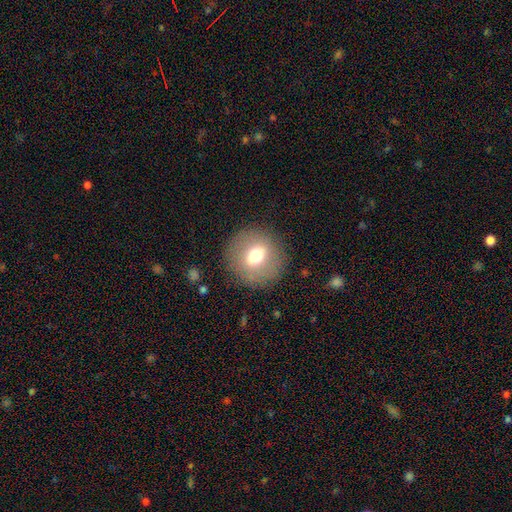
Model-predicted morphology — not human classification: Smooth or featured? smooth (63%)
How rounded? round (88%)
Merging? none (88%)